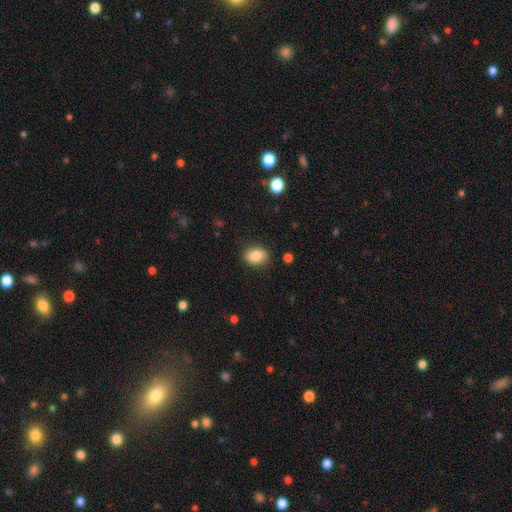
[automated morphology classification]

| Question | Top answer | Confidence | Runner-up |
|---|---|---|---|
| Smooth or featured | smooth | 85% | star or artifact (8%) |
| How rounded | in between | 72% | round (27%) |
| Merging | none | 85% | minor disturbance (11%) |